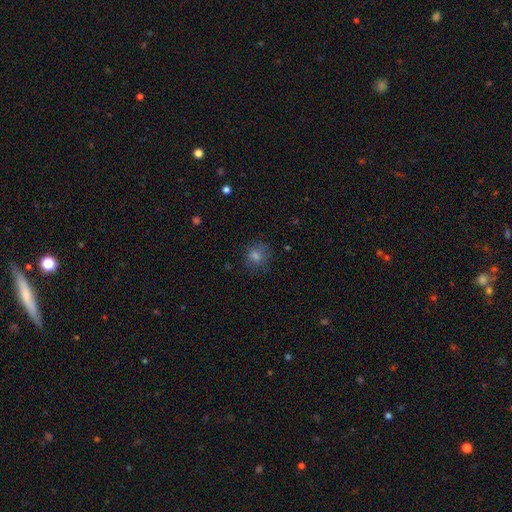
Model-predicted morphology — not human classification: Smooth or featured? smooth (71%)
How rounded? round (81%)
Merging? none (77%)